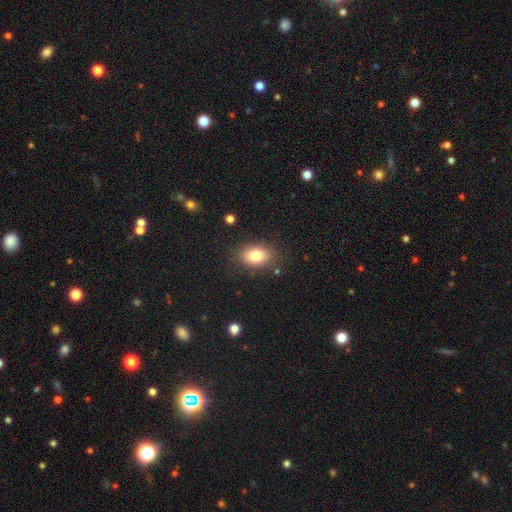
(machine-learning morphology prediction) A smooth galaxy with no disk features (80%) that is in between round and cigar-shaped (80%). Merging: none (83%).